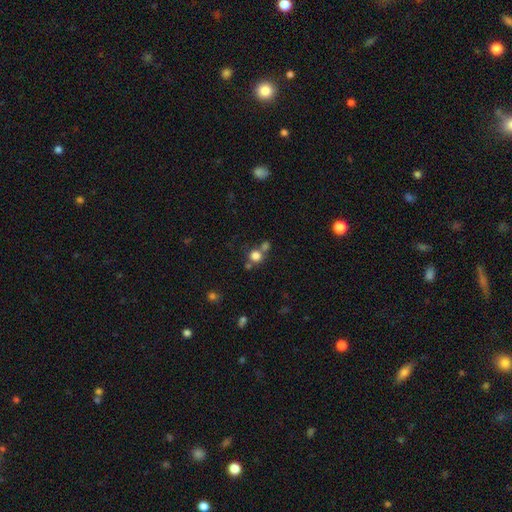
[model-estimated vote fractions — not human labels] A smooth galaxy with no disk features (79%) that is round (90%). Merging: none (58%).